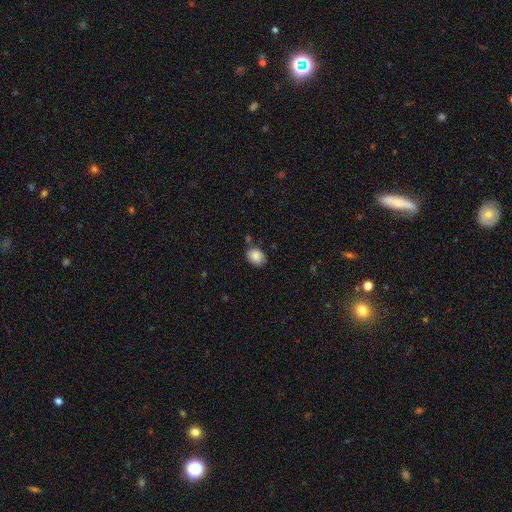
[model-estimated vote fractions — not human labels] smooth 84%, featured or disk 8%, star or artifact 8%. Down the decision tree: how rounded — in between (65%); merging — none (69%).